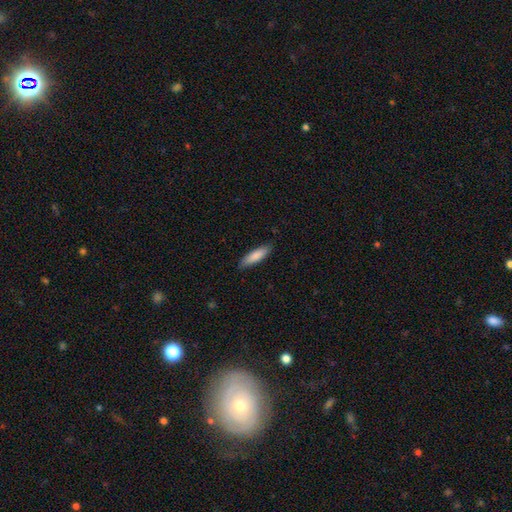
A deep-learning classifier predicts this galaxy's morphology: A smooth galaxy with no disk features (85%) that is cigar-shaped (63%). Merging: none (85%).